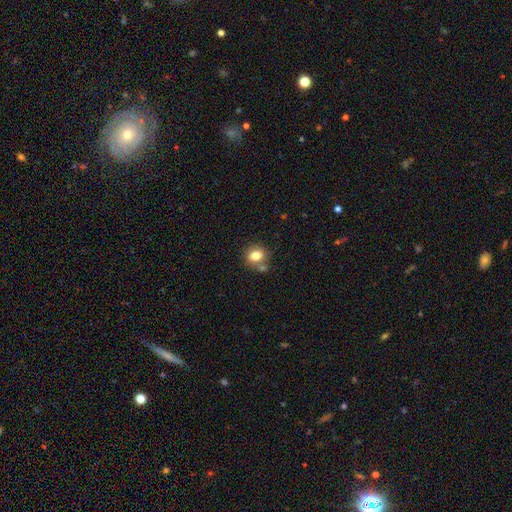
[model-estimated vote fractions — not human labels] smooth 79%, featured or disk 11%, star or artifact 11%. Down the decision tree: how rounded — round (68%); merging — none (68%).